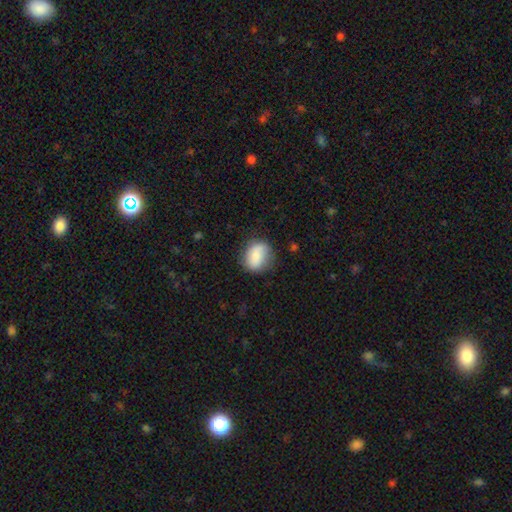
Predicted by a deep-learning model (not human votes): Morphology: type=smooth (76%); roundness=round (50%); merging=none (73%).